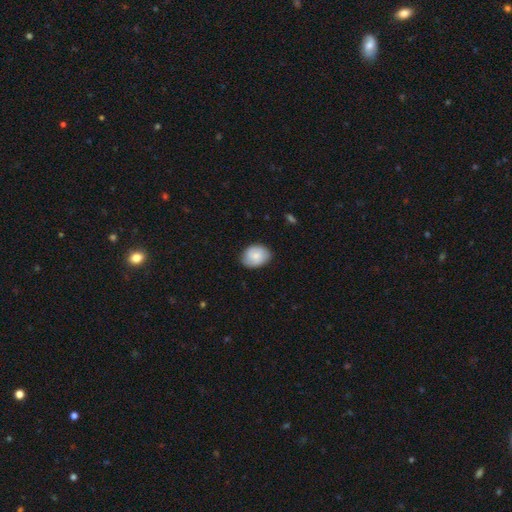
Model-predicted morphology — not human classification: Overall: smooth (72%). How rounded: in between (60%; round 39%). Merging: none (78%).